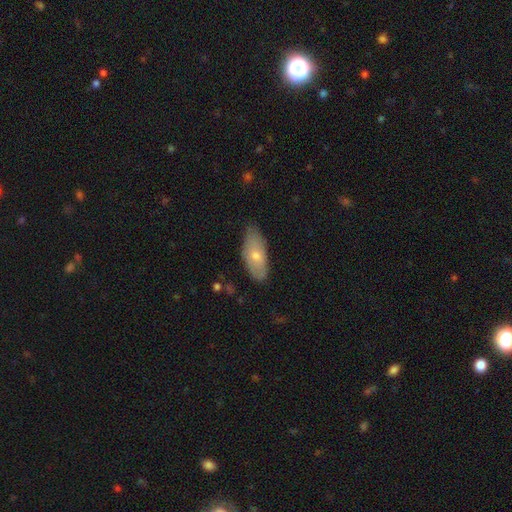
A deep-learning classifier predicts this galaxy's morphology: This is likely a smooth galaxy (63%). How rounded: clearly in between (85%). Merging: likely none (75%).